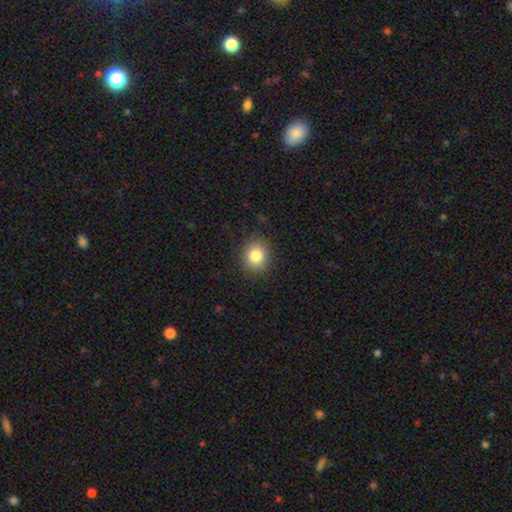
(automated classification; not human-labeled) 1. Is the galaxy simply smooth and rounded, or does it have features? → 82% smooth, 11% star or artifact, 7% featured or disk.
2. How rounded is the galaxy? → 75% round, 25% in between, 1% cigar-shaped.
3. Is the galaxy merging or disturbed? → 89% none, 8% minor disturbance, 2% major disturbance, 1% merger.